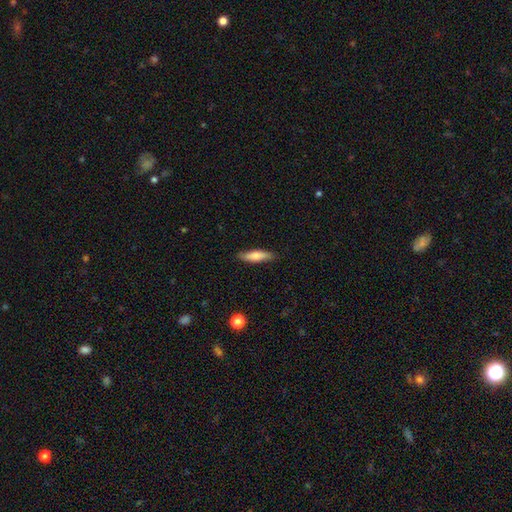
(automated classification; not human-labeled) Smooth or featured?
  - smooth: 69% *
  - featured or disk: 25%
  - star or artifact: 6%
How rounded?
  - cigar-shaped: 66% *
  - in between: 32%
  - round: 2%
Merging?
  - none: 86% *
  - minor disturbance: 11%
  - major disturbance: 2%
  - merger: 1%